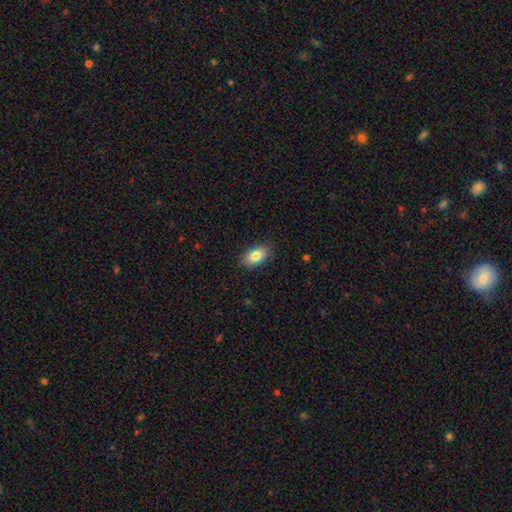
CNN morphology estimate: Smooth or featured? smooth (83%)
How rounded? in between (91%)
Merging? none (87%)